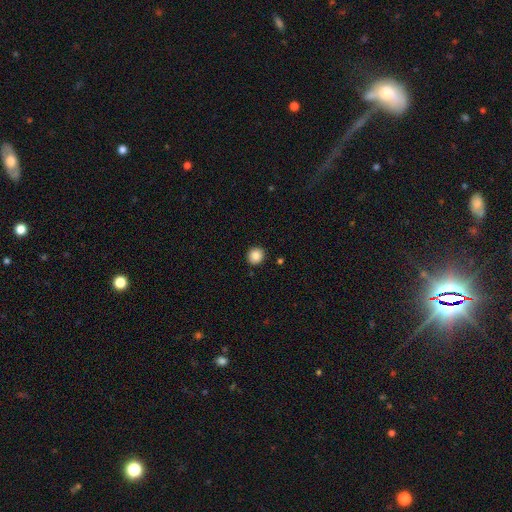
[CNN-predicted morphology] The model was most divided on "smooth or featured": smooth: 87%, star or artifact: 9%, featured or disk: 4%. More confident: merging — none (91%); how rounded — round (90%).